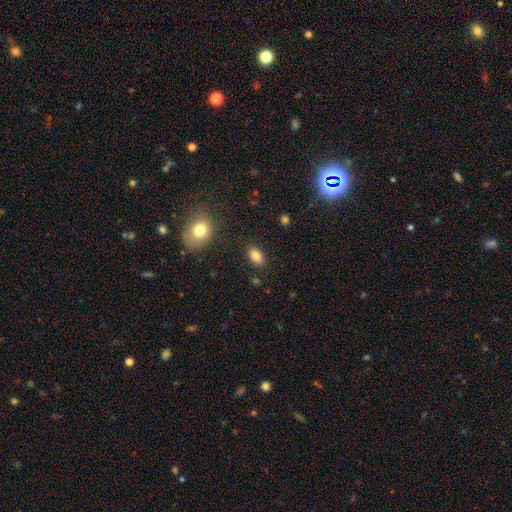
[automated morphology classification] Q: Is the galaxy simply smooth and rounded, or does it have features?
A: smooth — 85%.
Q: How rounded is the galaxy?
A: in between — 91%.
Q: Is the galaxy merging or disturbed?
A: none — 86%.